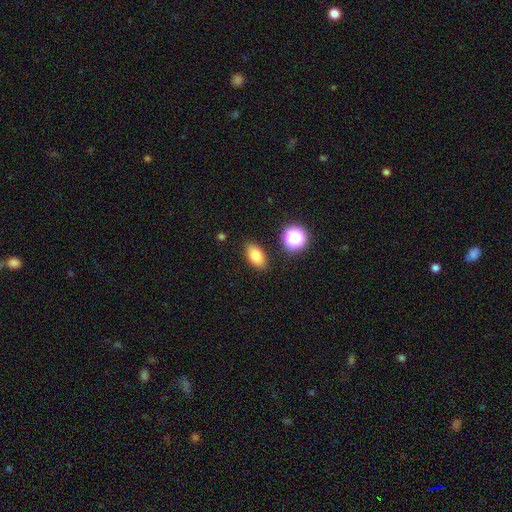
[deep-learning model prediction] Q: Smooth or featured?
A: smooth (80%); runner-up: star or artifact (11%)
Q: How rounded?
A: in between (87%); runner-up: round (9%)
Q: Merging?
A: none (86%); runner-up: minor disturbance (9%)